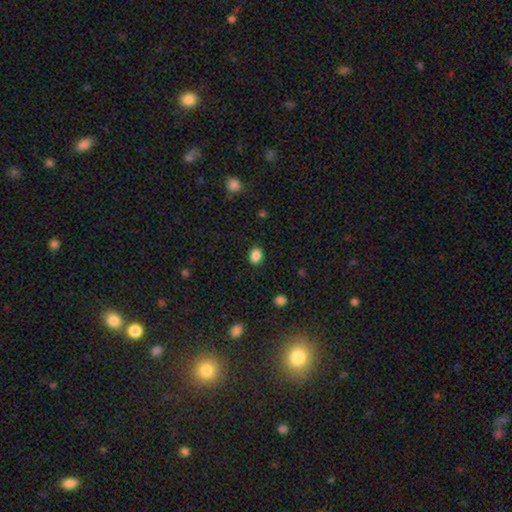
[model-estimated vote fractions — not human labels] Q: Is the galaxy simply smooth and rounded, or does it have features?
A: smooth — 87%.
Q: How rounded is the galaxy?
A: in between — 64%.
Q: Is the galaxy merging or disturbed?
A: none — 87%.